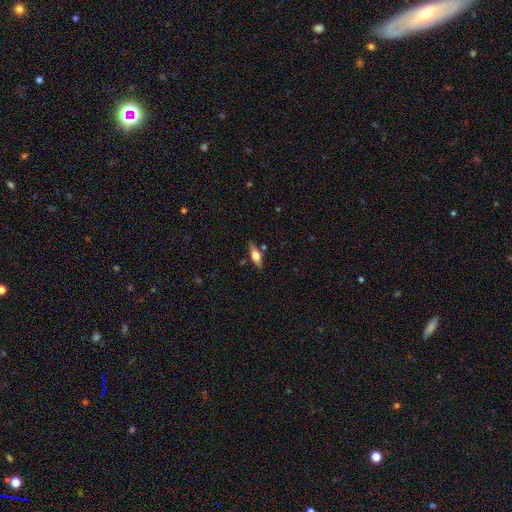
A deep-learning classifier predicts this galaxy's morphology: Smooth or featured? featured or disk (56%)
Edge-on disk? yes (93%)
Edge-on bulge? rounded (92%)
Merging? none (83%)